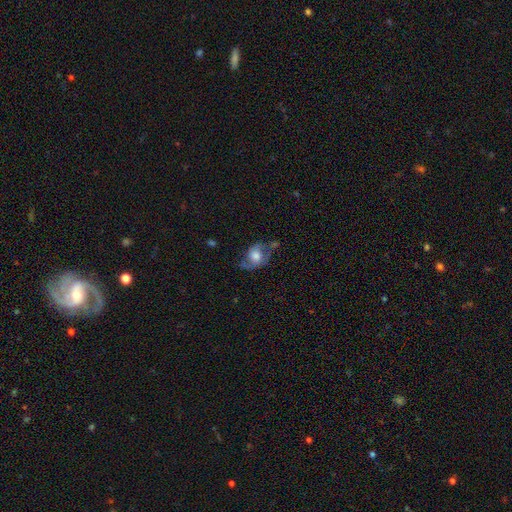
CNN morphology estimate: smooth-or-featured: featured or disk: 50% | smooth: 42% | star or artifact: 8%
  merging: none: 43% | minor disturbance: 28% | major disturbance: 23% | merger: 7%